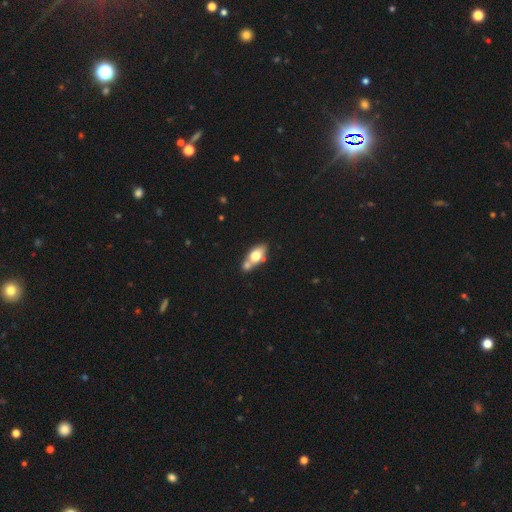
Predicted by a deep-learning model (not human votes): Smooth or featured? smooth (65%)
How rounded? in between (81%)
Merging? none (46%)